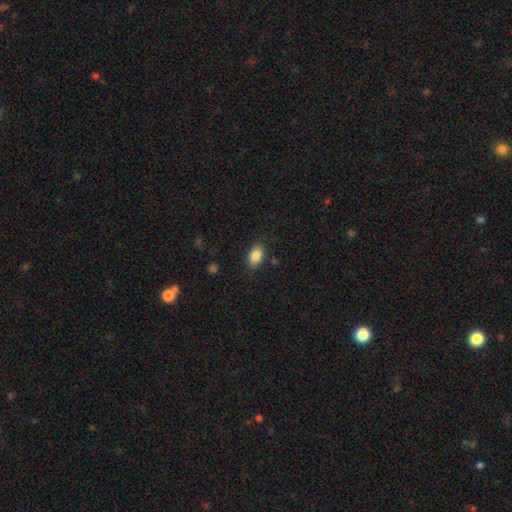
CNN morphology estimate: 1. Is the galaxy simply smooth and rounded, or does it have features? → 85% smooth, 8% star or artifact, 7% featured or disk.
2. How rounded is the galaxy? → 86% in between, 11% round, 2% cigar-shaped.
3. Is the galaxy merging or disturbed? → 82% none, 13% minor disturbance, 3% major disturbance, 2% merger.